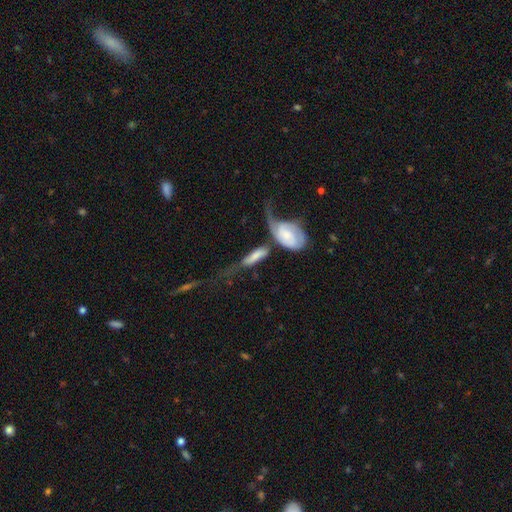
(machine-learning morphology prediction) Overall: smooth (48%; featured or disk 45%). Merging: merger (46%; major disturbance 25%).